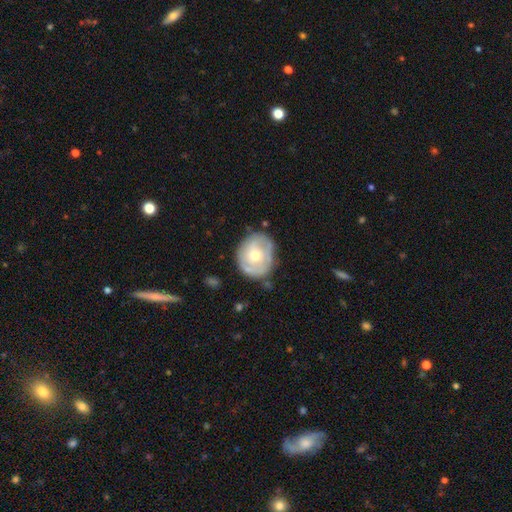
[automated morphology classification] Smooth or featured?
  - featured or disk: 54% *
  - smooth: 40%
  - star or artifact: 6%
Edge-on disk?
  - no: 96% *
  - yes: 4%
Bar?
  - no: 82% *
  - weak: 15%
  - strong: 3%
Spiral arms?
  - no: 53% *
  - yes: 47%
Bulge size?
  - moderate: 55% *
  - small: 41%
  - large: 2%
  - none: 1%
  - dominant: 1%
Merging?
  - none: 70% *
  - minor disturbance: 21%
  - major disturbance: 6%
  - merger: 3%